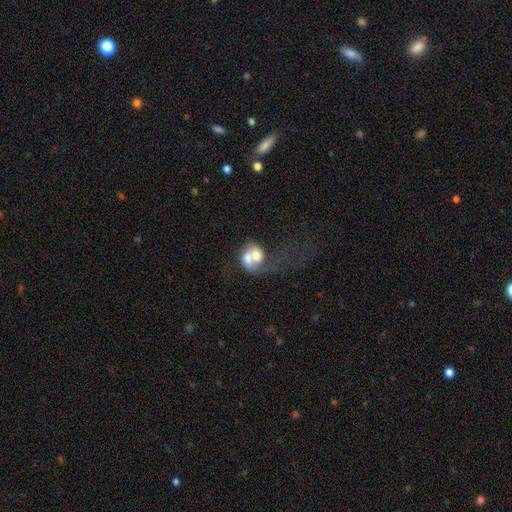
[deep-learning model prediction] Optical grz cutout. It shows a smooth galaxy with no disk features (50%) that is in between round and cigar-shaped (50%). Merging: merger (70%).